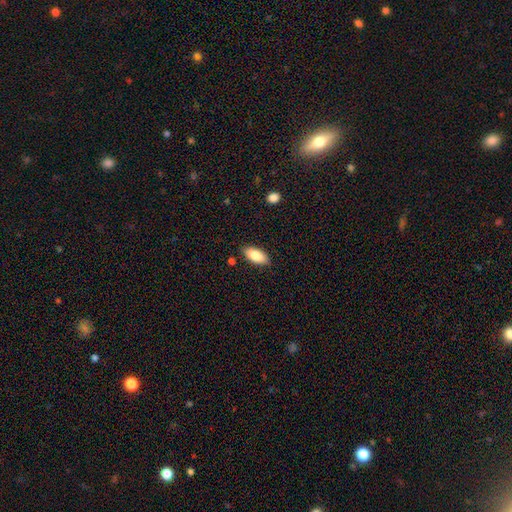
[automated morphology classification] This appears to be a smooth galaxy with no disk features (81%) that is in between round and cigar-shaped (88%). Merging: none (86%).